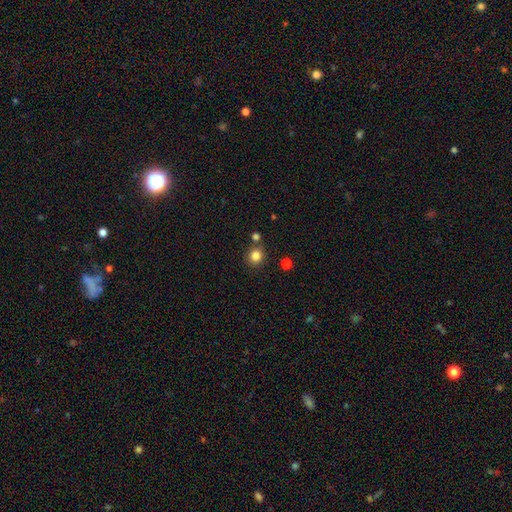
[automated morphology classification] A smooth galaxy with no disk features (84%) that is round (87%). Merging: none (81%).